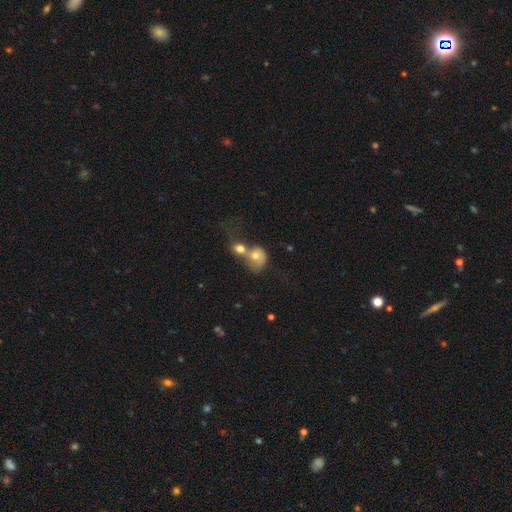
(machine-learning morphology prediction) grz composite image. It shows a smooth galaxy with no disk features (64%) that is round (51%). Merging: merger (75%).